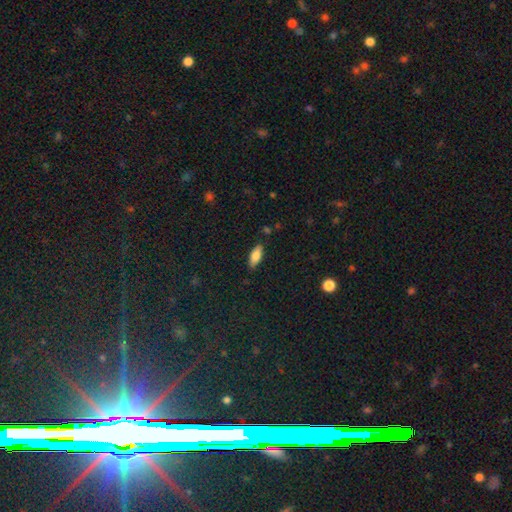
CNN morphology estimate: The model was most divided on "how rounded": in between: 79%, cigar-shaped: 19%, round: 2%. More confident: merging — none (83%); smooth or featured — smooth (80%).